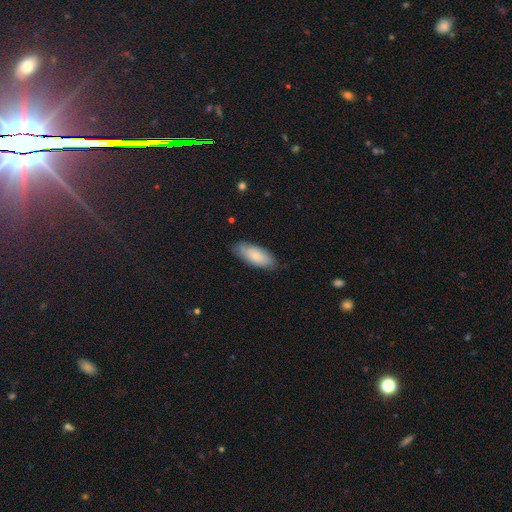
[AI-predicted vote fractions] smooth-or-featured: smooth: 78% | featured or disk: 16% | star or artifact: 6%
  how-rounded: in between: 80% | cigar-shaped: 18% | round: 2%
  merging: none: 80% | minor disturbance: 16% | major disturbance: 3% | merger: 1%